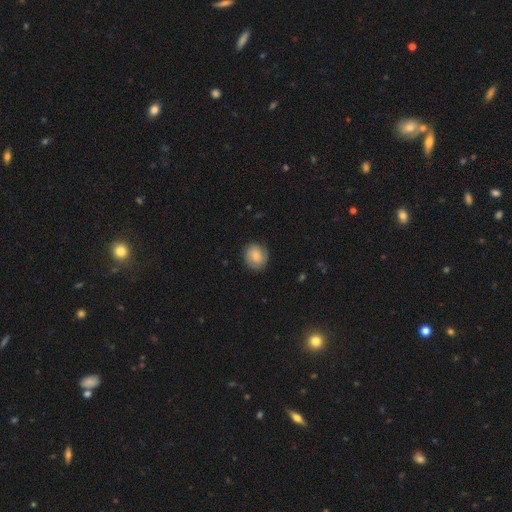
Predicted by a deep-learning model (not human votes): Smooth or featured? Predicted: smooth (p=0.72). How rounded? Predicted: round (p=0.82). Merging? Predicted: none (p=0.83).